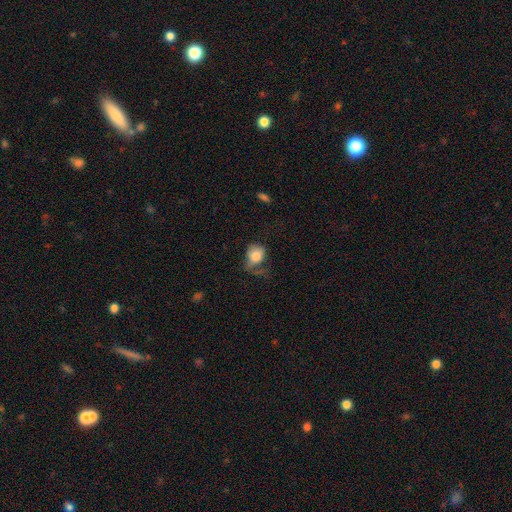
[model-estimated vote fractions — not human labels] Q: Smooth or featured?
A: smooth (76%); runner-up: featured or disk (15%)
Q: How rounded?
A: round (57%); runner-up: in between (42%)
Q: Merging?
A: major disturbance (38%); runner-up: none (29%)